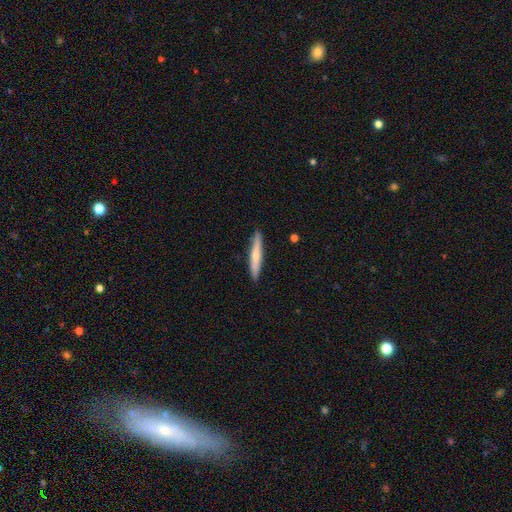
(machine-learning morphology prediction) This is possibly a smooth galaxy (59%). How rounded: clearly cigar-shaped (93%). Merging: clearly none (90%).